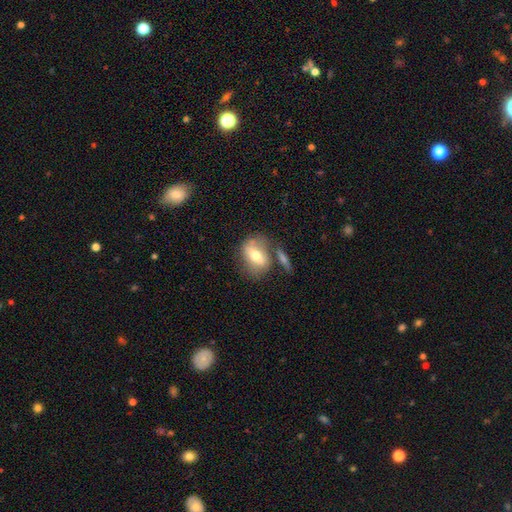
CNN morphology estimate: type=smooth (55%); roundness=in between (70%); merging=none (52%).